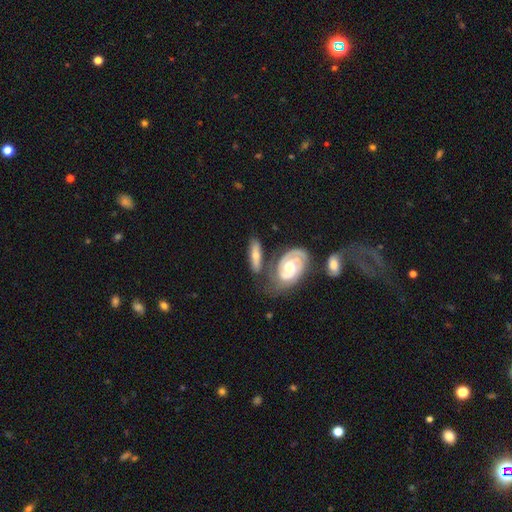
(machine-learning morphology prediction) This appears to be a featured or disk galaxy (58%). Merging: none (55%).